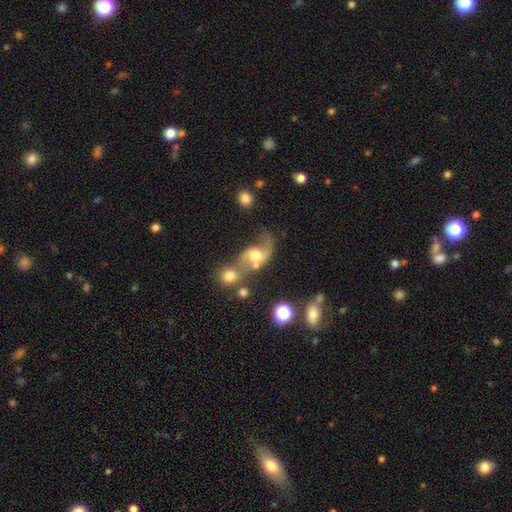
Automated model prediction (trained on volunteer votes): Smooth or featured?
  - featured or disk: 60% *
  - smooth: 30%
  - star or artifact: 11%
Edge-on disk?
  - no: 96% *
  - yes: 4%
Bar?
  - no: 68% *
  - weak: 26%
  - strong: 6%
Spiral arms?
  - yes: 82% *
  - no: 18%
Bulge size?
  - moderate: 62% *
  - large: 21%
  - small: 12%
  - none: 3%
  - dominant: 3%
Merging?
  - merger: 39% *
  - none: 26%
  - major disturbance: 20%
  - minor disturbance: 15%